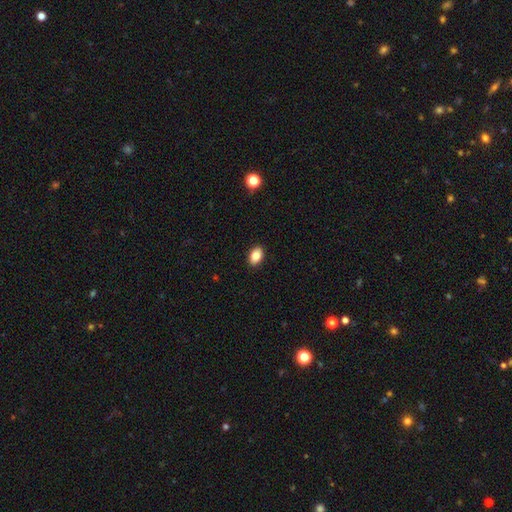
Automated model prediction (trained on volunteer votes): Q: Smooth or featured?
A: smooth (85%); runner-up: star or artifact (8%)
Q: How rounded?
A: in between (89%); runner-up: round (9%)
Q: Merging?
A: none (90%); runner-up: minor disturbance (7%)